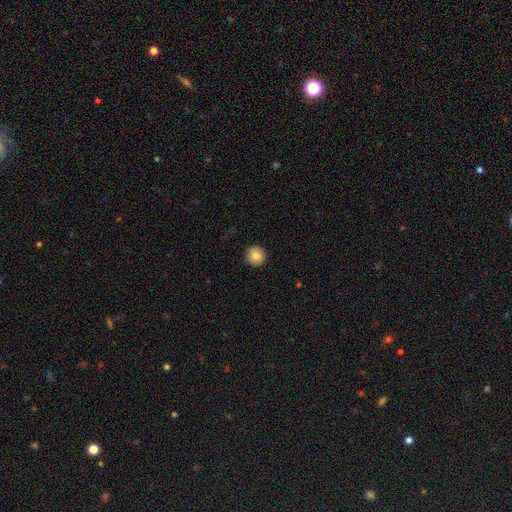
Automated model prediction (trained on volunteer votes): This is clearly a smooth galaxy (86%). How rounded: clearly round (94%). Merging: clearly none (92%).